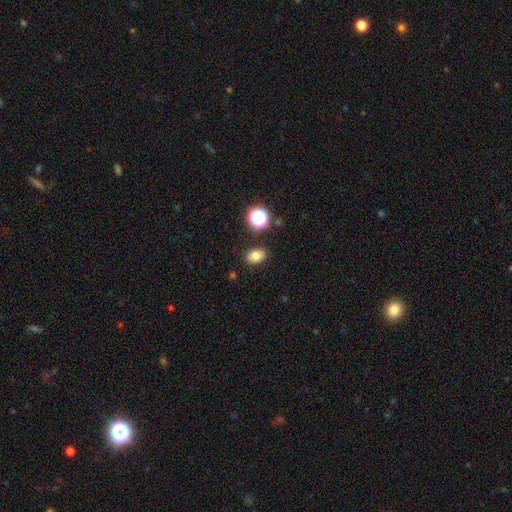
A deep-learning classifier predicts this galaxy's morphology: A smooth galaxy with no disk features (78%) that is in between round and cigar-shaped (70%). Merging: none (85%).